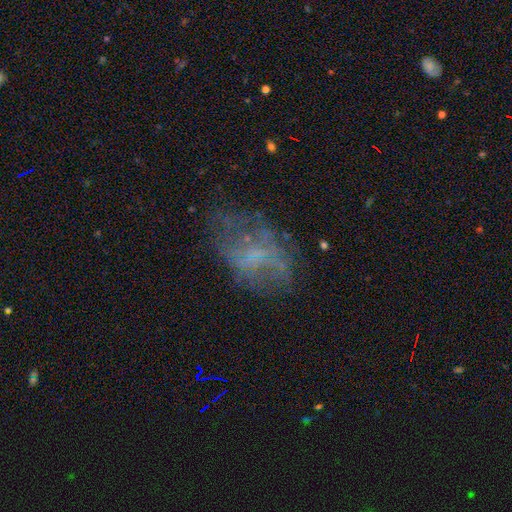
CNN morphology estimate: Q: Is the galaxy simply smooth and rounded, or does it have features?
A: featured or disk — 52%.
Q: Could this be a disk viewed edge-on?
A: no — 97%.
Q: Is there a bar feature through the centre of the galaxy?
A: no — 73%.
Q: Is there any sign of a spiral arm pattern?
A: no — 69%.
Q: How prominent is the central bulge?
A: none — 58%.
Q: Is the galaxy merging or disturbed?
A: none — 53%.